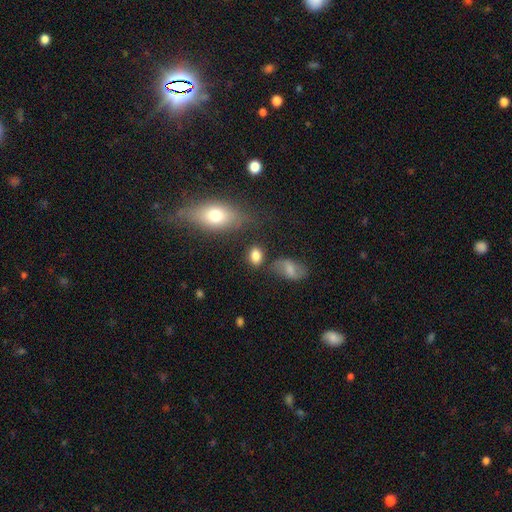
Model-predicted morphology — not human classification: Smooth or featured? Predicted: smooth (p=0.83). How rounded? Predicted: in between (p=0.70). Merging? Predicted: none (p=0.70).